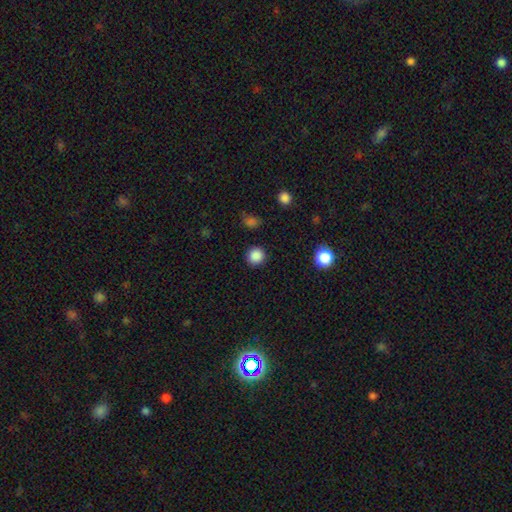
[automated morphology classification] This appears to be a smooth galaxy with no disk features (86%) that is round (92%). Merging: none (90%).